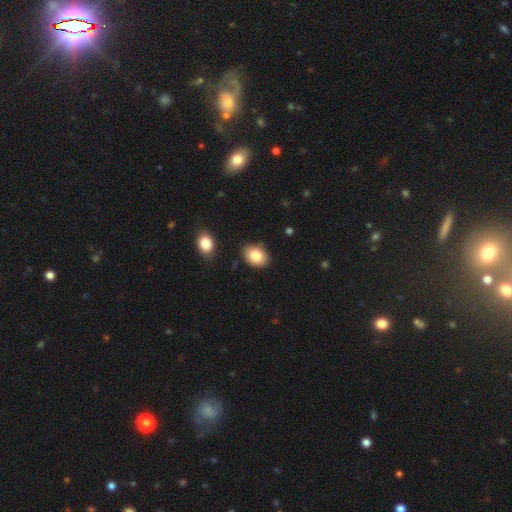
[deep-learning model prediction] Smooth or featured? Predicted: smooth (p=0.84). How rounded? Predicted: in between (p=0.70). Merging? Predicted: none (p=0.84).